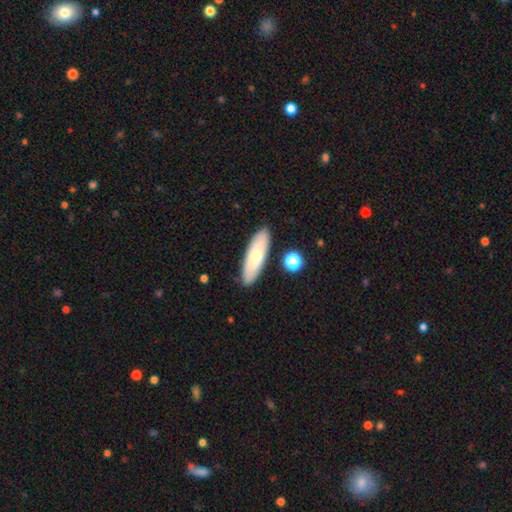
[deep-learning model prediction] This is likely a smooth galaxy (73%). How rounded: possibly cigar-shaped (52%). Merging: clearly none (87%).